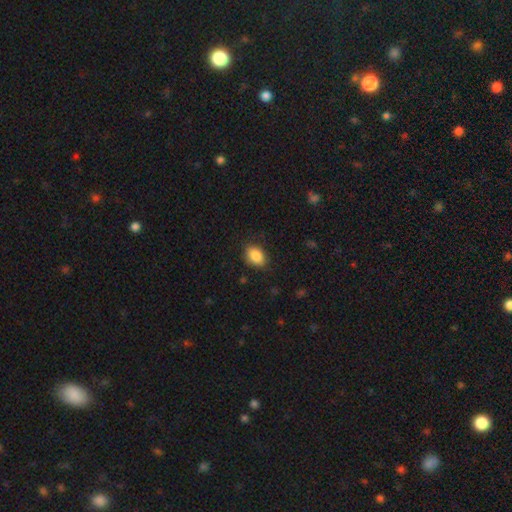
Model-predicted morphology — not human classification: Q: Smooth or featured?
A: smooth (87%); runner-up: star or artifact (8%)
Q: How rounded?
A: in between (81%); runner-up: round (18%)
Q: Merging?
A: none (83%); runner-up: minor disturbance (13%)